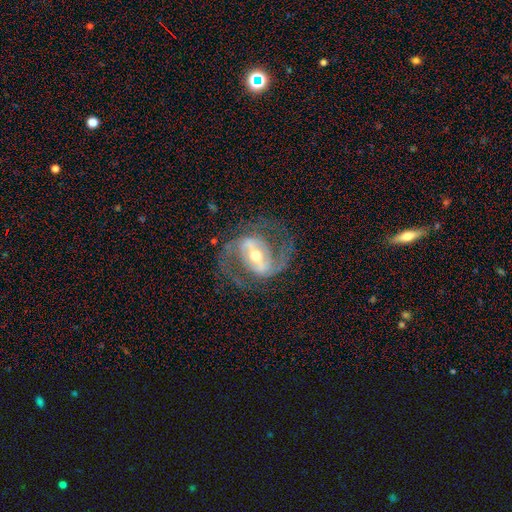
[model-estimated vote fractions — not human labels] Overall: featured or disk (89%). Edge-on disk: no (97%). Bar: strong (55%; weak 32%). Spiral arms: yes (94%). Spiral arm count: 2 (92%). Spiral winding: medium (60%; loose 23%). Bulge size: moderate (62%; small 30%). Merging: none (74%).